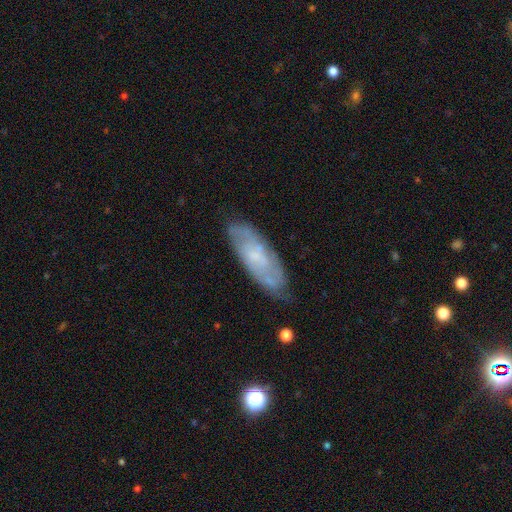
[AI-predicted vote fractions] The model was most divided on "smooth or featured": featured or disk: 61%, smooth: 32%, star or artifact: 7%. More confident: edge-on disk — no (83%); spiral arms — yes (78%); merging — none (72%); bar — no (61%); bulge size — small (60%).